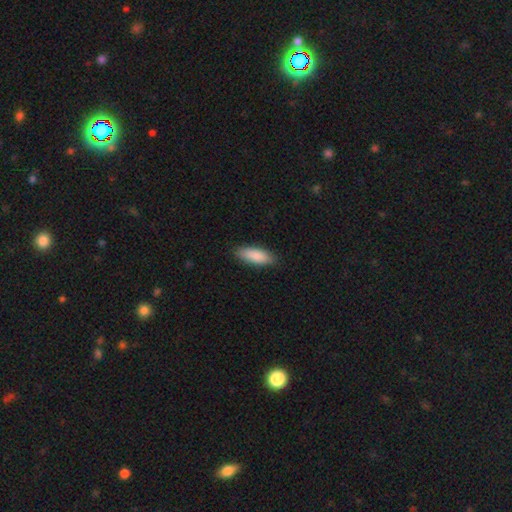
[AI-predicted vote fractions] This is clearly a smooth galaxy (89%). How rounded: likely in between (68%). Merging: clearly none (88%).